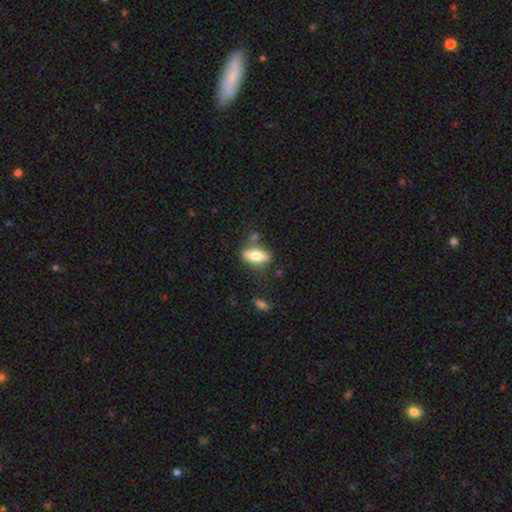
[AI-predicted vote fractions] Morphology: type=smooth (66%); roundness=in between (73%); merging=none (69%).